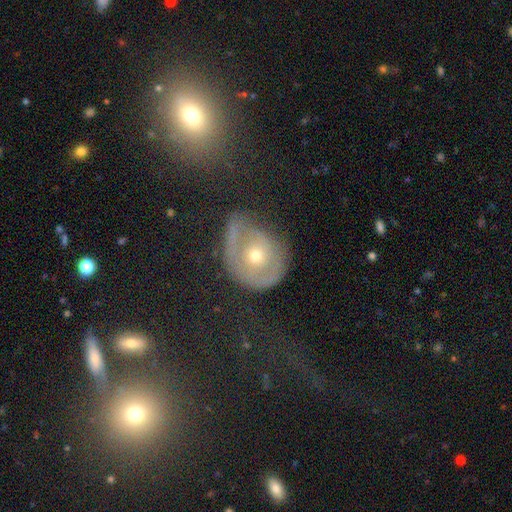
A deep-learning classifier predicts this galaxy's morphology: Smooth or featured: featured or disk — 45% (smooth — 38%)
Merging: none — 44% (minor disturbance — 29%)